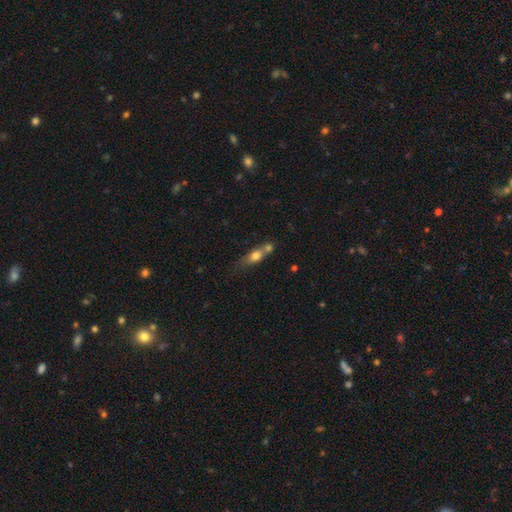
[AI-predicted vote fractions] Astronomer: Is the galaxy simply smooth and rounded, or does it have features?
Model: smooth — 65%.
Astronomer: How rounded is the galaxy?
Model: in between — 55% (runner-up: cigar-shaped, 35%).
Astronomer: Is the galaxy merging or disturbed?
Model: merger — 44% (runner-up: none, 33%).